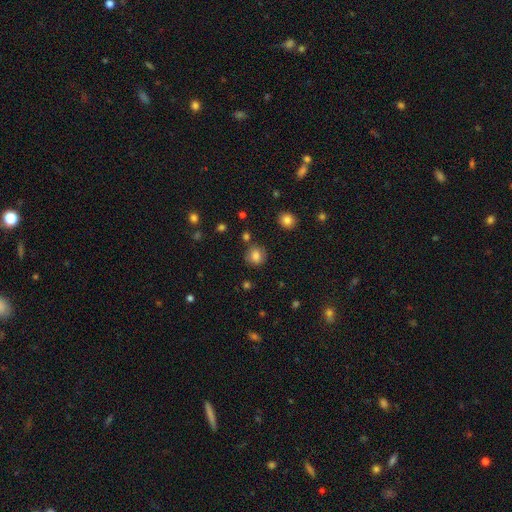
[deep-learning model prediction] Q: Smooth or featured?
A: smooth (81%); runner-up: star or artifact (11%)
Q: How rounded?
A: round (80%); runner-up: in between (19%)
Q: Merging?
A: none (81%); runner-up: minor disturbance (11%)